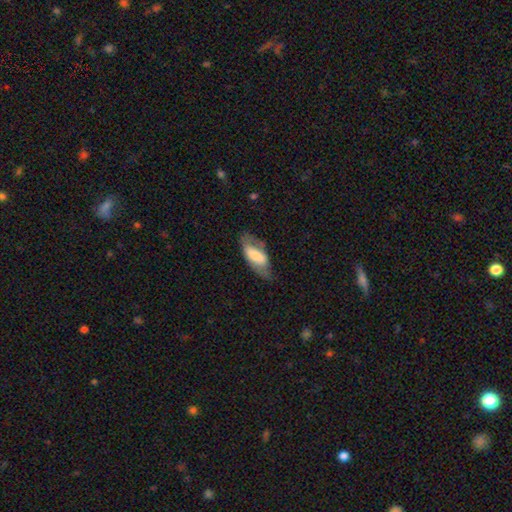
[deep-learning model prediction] smooth-or-featured: smooth: 53% | featured or disk: 40% | star or artifact: 7%
  how-rounded: in between: 84% | cigar-shaped: 14% | round: 2%
  merging: none: 56% | minor disturbance: 26% | major disturbance: 15% | merger: 2%